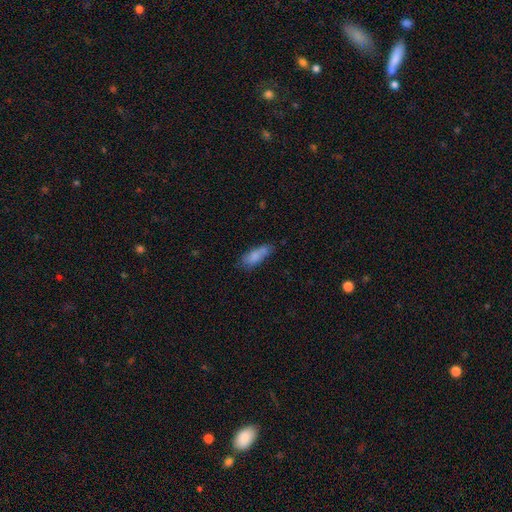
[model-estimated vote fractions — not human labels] Morphology: type=smooth (78%); roundness=in between (67%); merging=none (51%).